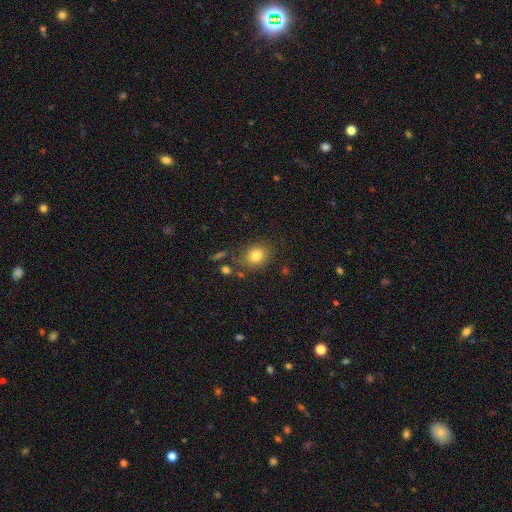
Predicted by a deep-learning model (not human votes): Smooth or featured? Predicted: smooth (p=0.81). How rounded? Predicted: round (p=0.61). Merging? Predicted: none (p=0.74).